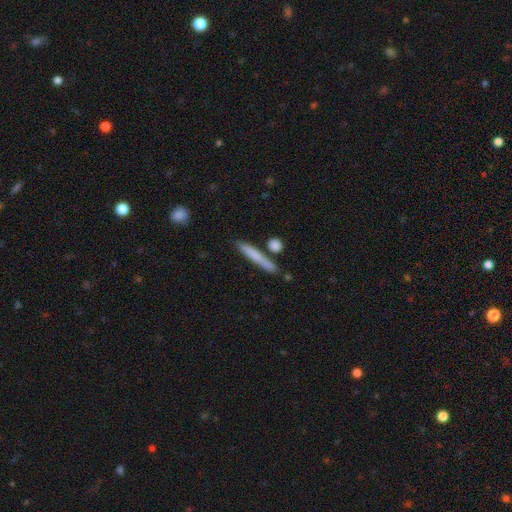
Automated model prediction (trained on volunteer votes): This appears to be a smooth galaxy with no disk features (70%) that is cigar-shaped (92%). Merging: none (76%).